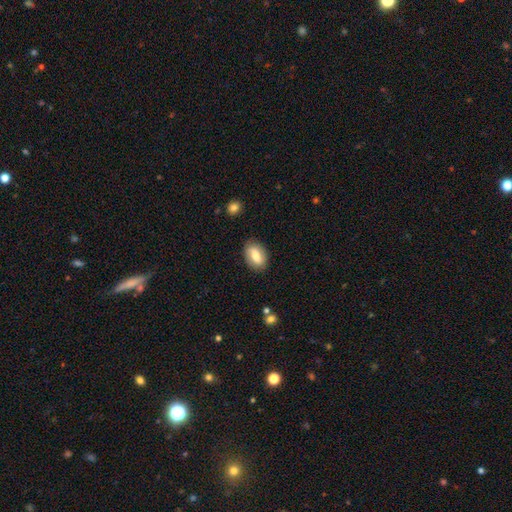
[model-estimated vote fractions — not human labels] Overall: smooth (68%). How rounded: in between (86%). Merging: none (84%).